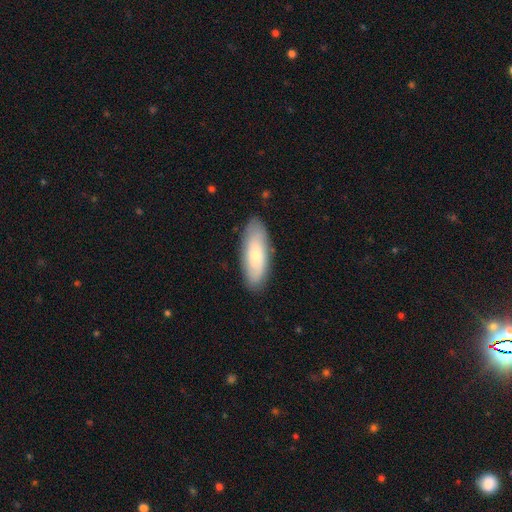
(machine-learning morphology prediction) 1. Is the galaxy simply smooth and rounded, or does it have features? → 66% smooth, 28% featured or disk, 6% star or artifact.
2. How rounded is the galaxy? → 69% in between, 28% cigar-shaped, 2% round.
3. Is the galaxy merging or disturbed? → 85% none, 11% minor disturbance, 2% major disturbance, 1% merger.